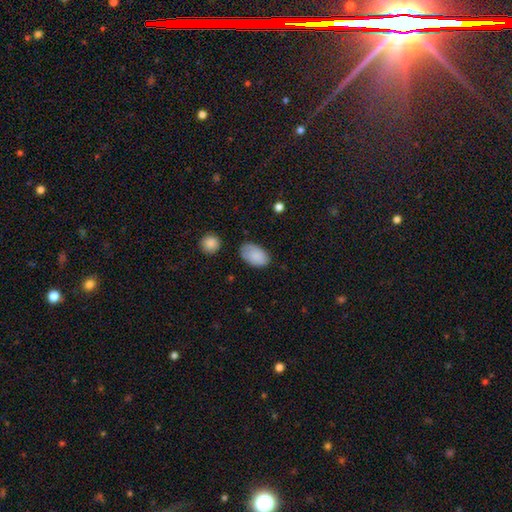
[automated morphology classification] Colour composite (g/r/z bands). It shows a smooth galaxy with no disk features (85%) that is in between round and cigar-shaped (92%). Merging: none (73%).